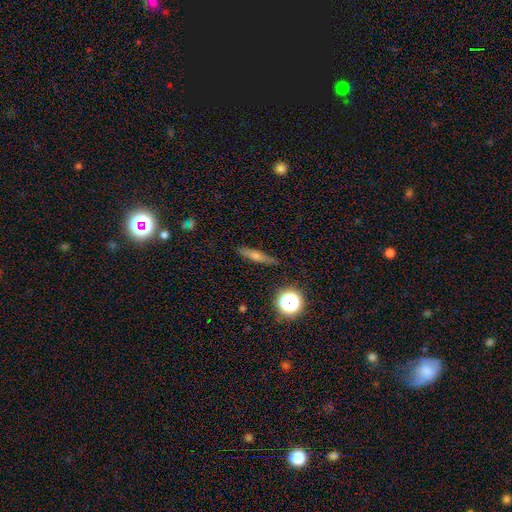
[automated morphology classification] This appears to be a smooth galaxy with no disk features (45%). Merging: none (87%).